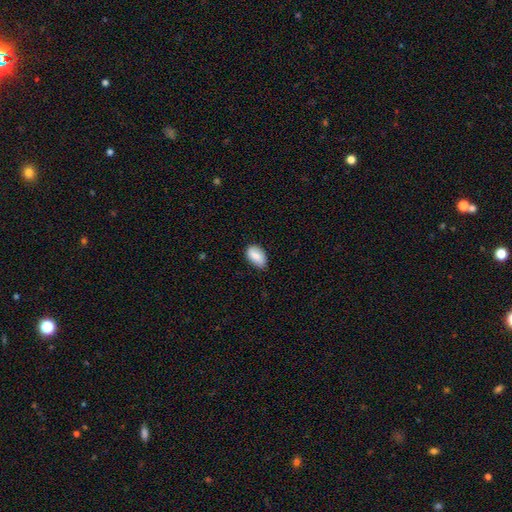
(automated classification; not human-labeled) A smooth galaxy with no disk features (84%) that is in between round and cigar-shaped (93%).

Vote fractions:
- Smooth or featured? smooth: 84% / featured or disk: 10% / star or artifact: 7%
- How rounded? in between: 93% / round: 5% / cigar-shaped: 2%
- Merging? none: 76% / minor disturbance: 20% / major disturbance: 3% / merger: 1%